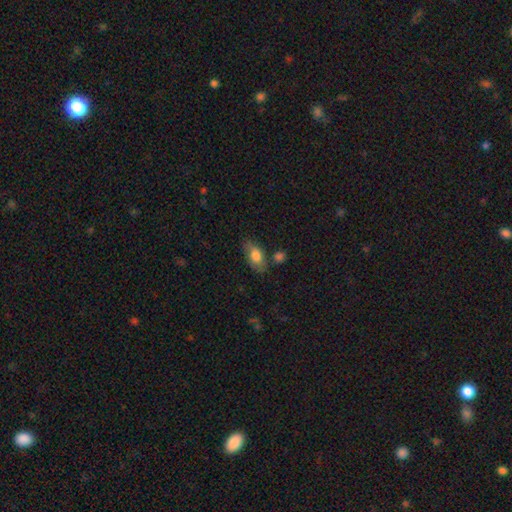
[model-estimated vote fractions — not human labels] A smooth galaxy with no disk features (77%) that is in between round and cigar-shaped (90%).

Vote fractions:
- Smooth or featured? smooth: 77% / featured or disk: 17% / star or artifact: 7%
- How rounded? in between: 90% / round: 6% / cigar-shaped: 4%
- Merging? none: 69% / minor disturbance: 19% / merger: 7% / major disturbance: 5%